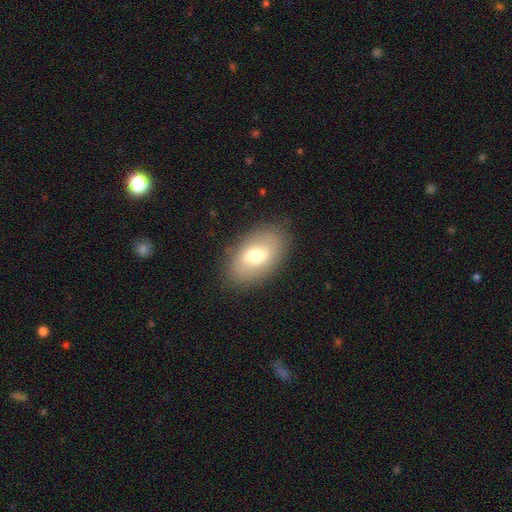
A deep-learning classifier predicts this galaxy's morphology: Smooth or featured?
  - smooth: 64% *
  - featured or disk: 29%
  - star or artifact: 8%
How rounded?
  - in between: 91% *
  - round: 8%
  - cigar-shaped: 2%
Merging?
  - none: 85% *
  - minor disturbance: 11%
  - major disturbance: 4%
  - merger: 1%